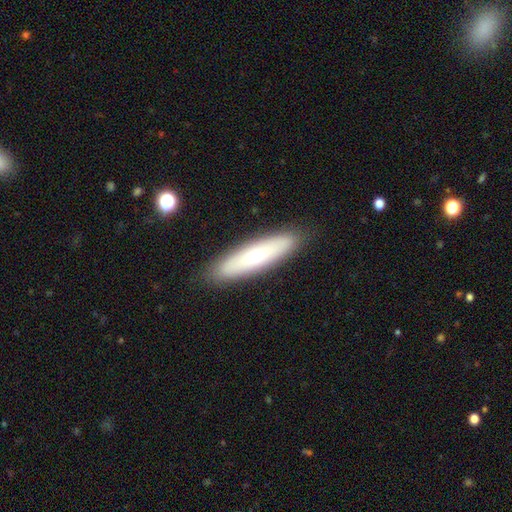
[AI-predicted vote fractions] This appears to be a smooth galaxy with no disk features (59%) that is cigar-shaped (71%). Merging: none (89%).